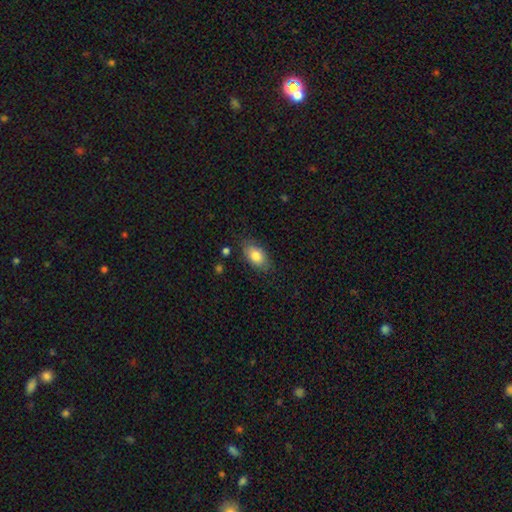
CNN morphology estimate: Smooth or featured? smooth (81%)
How rounded? in between (90%)
Merging? none (79%)